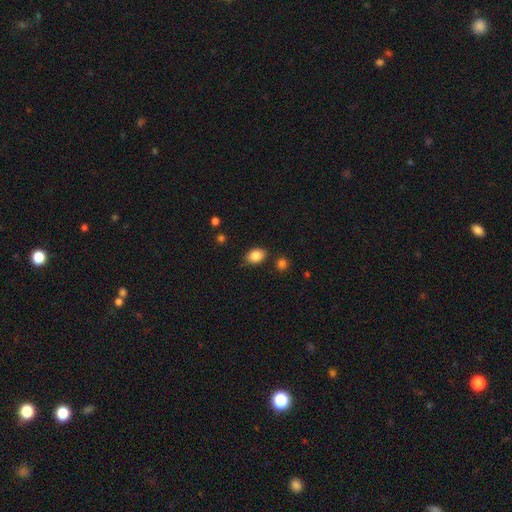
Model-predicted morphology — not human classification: Smooth or featured? smooth (86%)
How rounded? in between (78%)
Merging? none (81%)